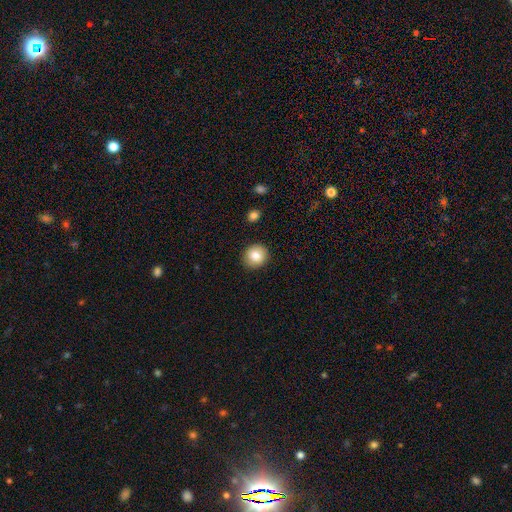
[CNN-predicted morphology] The model was most divided on "how rounded": round: 85%, in between: 14%, cigar-shaped: 1%. More confident: merging — none (90%); smooth or featured — smooth (82%).